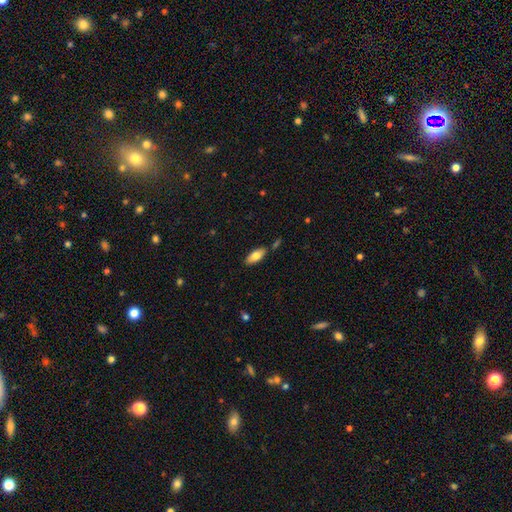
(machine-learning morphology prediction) This is likely a smooth galaxy (76%). How rounded: clearly in between (86%). Merging: likely none (79%).